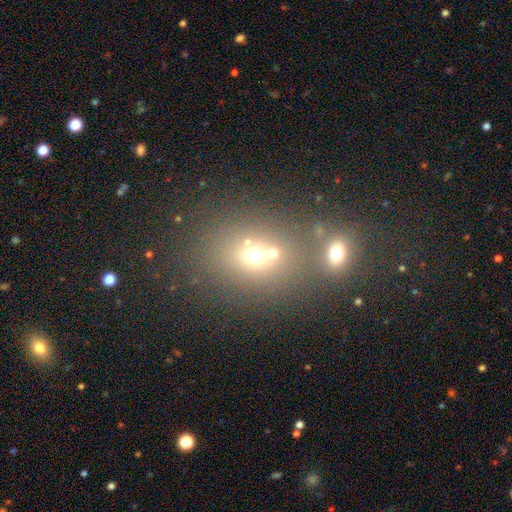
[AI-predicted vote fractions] A smooth galaxy with no disk features (59%) that is round (57%).

Vote fractions:
- Smooth or featured? smooth: 59% / star or artifact: 23% / featured or disk: 18%
- How rounded? round: 57% / in between: 42% / cigar-shaped: 1%
- Merging? merger: 50% / none: 38% / minor disturbance: 8% / major disturbance: 5%